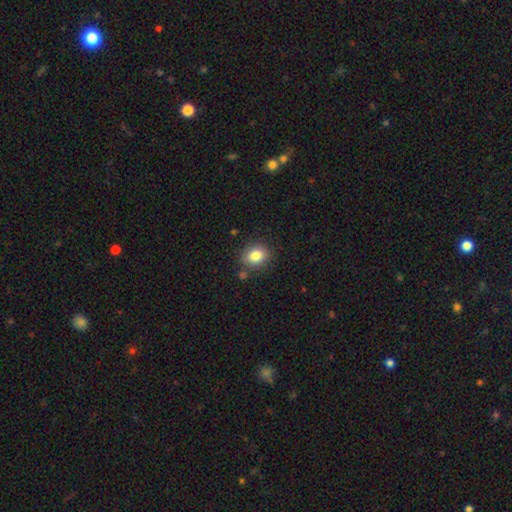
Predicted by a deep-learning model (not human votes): A smooth galaxy with no disk features (83%) that is in between round and cigar-shaped (52%).

Vote fractions:
- Smooth or featured? smooth: 83% / star or artifact: 10% / featured or disk: 7%
- How rounded? in between: 52% / round: 47% / cigar-shaped: 1%
- Merging? none: 82% / minor disturbance: 11% / merger: 4% / major disturbance: 3%